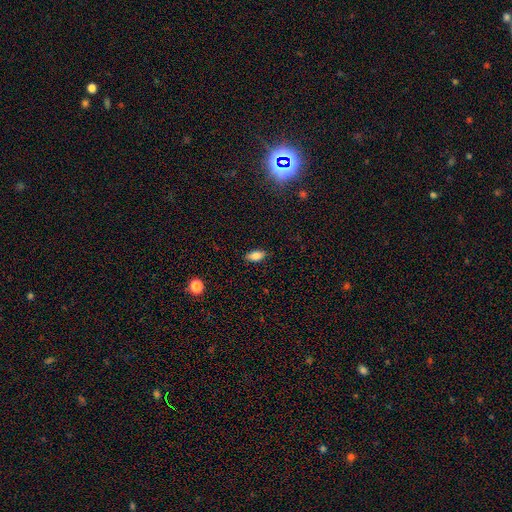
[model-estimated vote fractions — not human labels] A smooth galaxy with no disk features (84%) that is in between round and cigar-shaped (89%). Merging: none (87%).